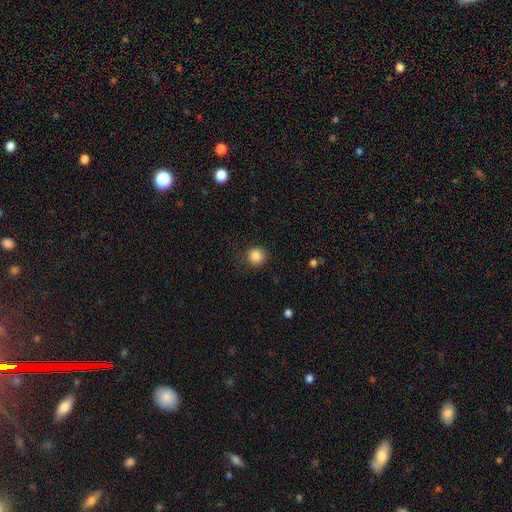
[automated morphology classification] Overall: smooth (86%). How rounded: round (93%). Merging: none (87%).